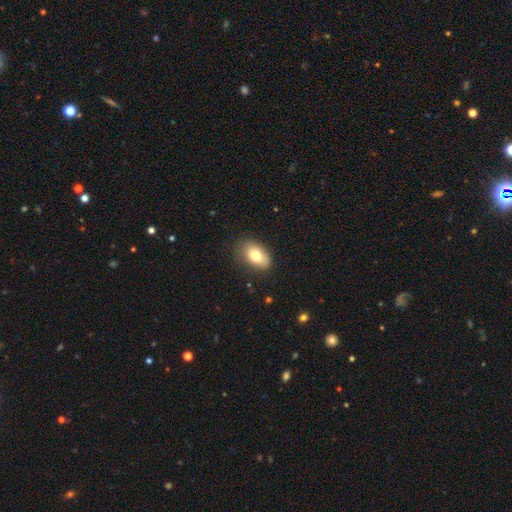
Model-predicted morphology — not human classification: smooth 77%, featured or disk 15%, star or artifact 8%. Down the decision tree: how rounded — in between (88%); merging — none (77%).